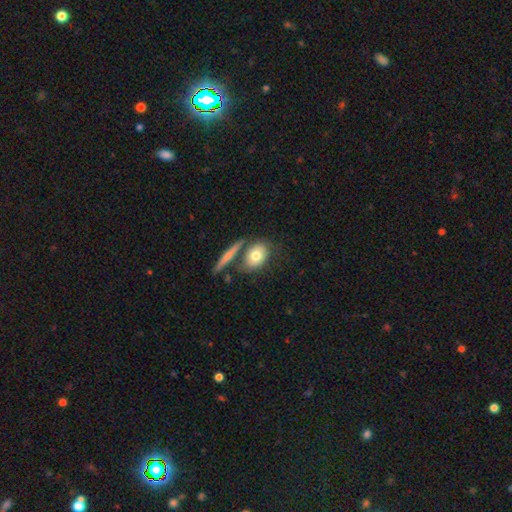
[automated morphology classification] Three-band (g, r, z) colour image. It shows a smooth galaxy with no disk features (71%) that is in between round and cigar-shaped (66%). Merging: none (56%).